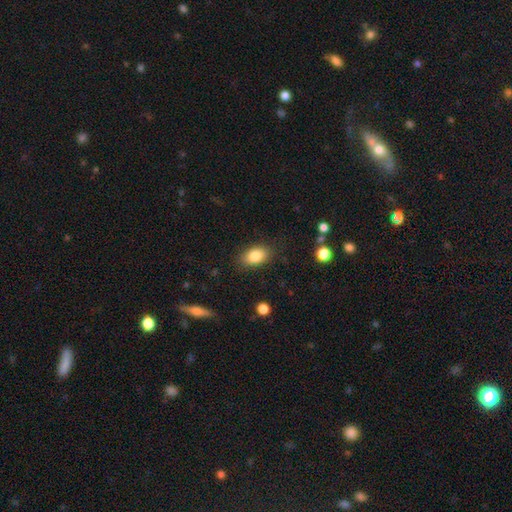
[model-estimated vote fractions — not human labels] This is clearly a smooth galaxy (84%). How rounded: clearly in between (88%). Merging: clearly none (84%).